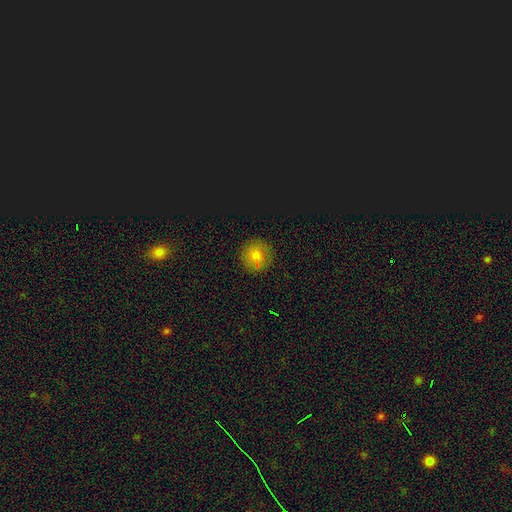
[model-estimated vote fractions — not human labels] Smooth or featured: smooth — 66% (star or artifact — 19%)
How rounded: round — 89% (in between — 10%)
Merging: none — 84% (minor disturbance — 9%)